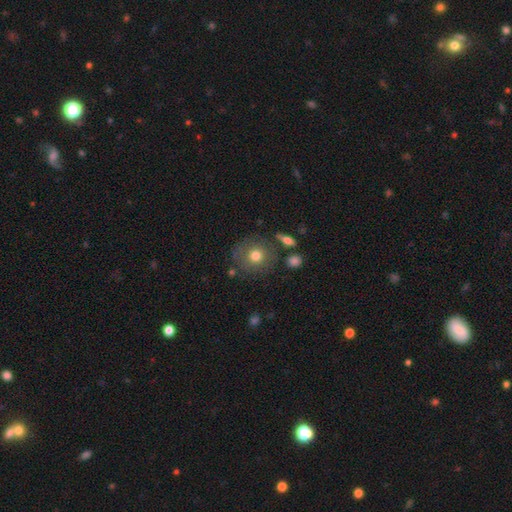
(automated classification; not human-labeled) Overall: smooth (74%). How rounded: round (88%). Merging: none (76%).